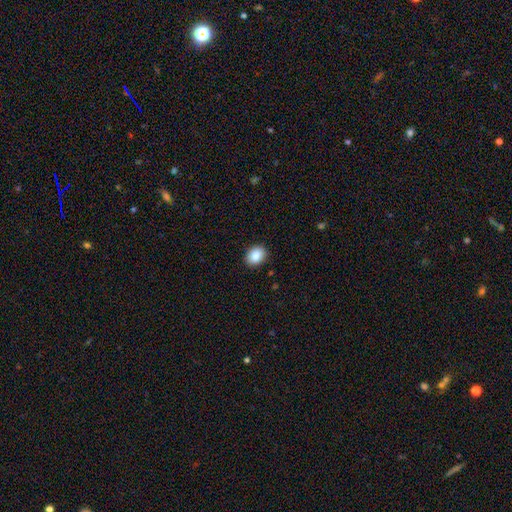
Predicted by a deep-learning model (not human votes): This is clearly a smooth galaxy (87%). How rounded: possibly in between (57%). Merging: clearly none (90%).